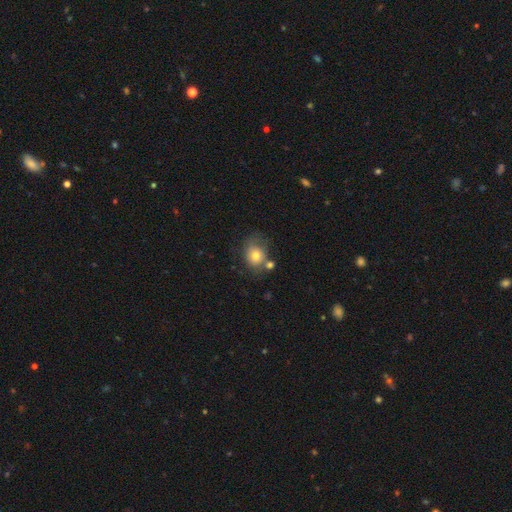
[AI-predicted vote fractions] Overall: smooth (72%). How rounded: round (56%; in between 43%). Merging: none (47%; minor disturbance 24%).